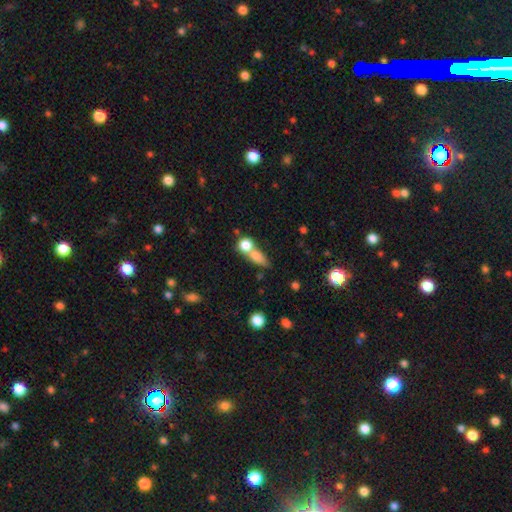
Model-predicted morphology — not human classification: Smooth or featured? smooth (74%)
How rounded? in between (46%)
Merging? merger (55%)